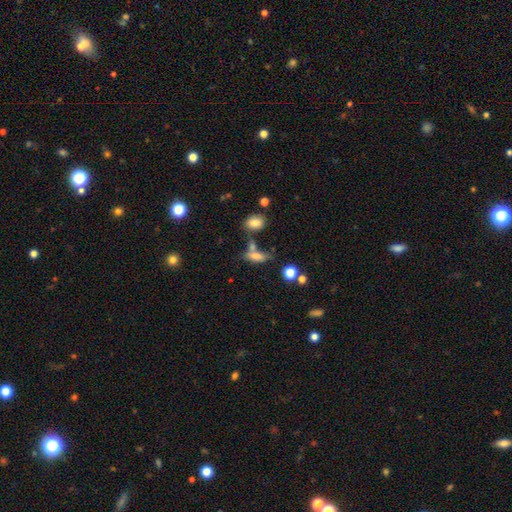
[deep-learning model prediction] This appears to be a smooth galaxy with no disk features (71%) that is in between round and cigar-shaped (67%). Merging: none (47%).